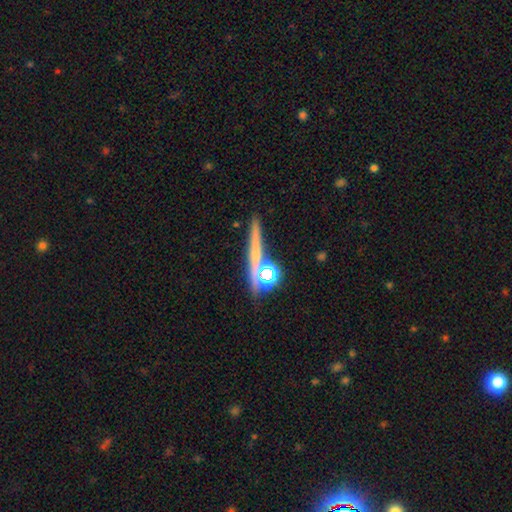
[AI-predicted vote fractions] Smooth or featured: smooth — 41% (featured or disk — 37%)
Merging: none — 68% (merger — 16%)